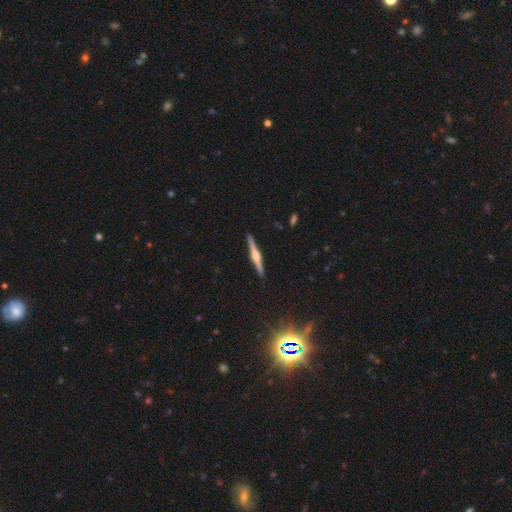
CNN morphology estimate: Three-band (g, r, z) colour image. It shows a featured or disk galaxy (78%) viewed edge-on (99%) with a rounded central bulge (87%). Merging: none (92%).